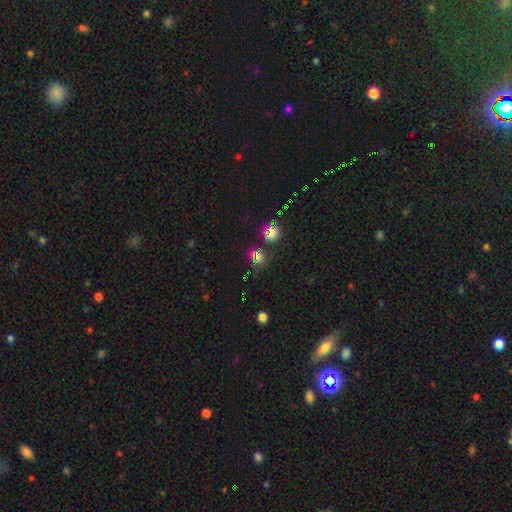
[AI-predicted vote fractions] Smooth or featured?
  - star or artifact: 67% *
  - smooth: 25%
  - featured or disk: 8%